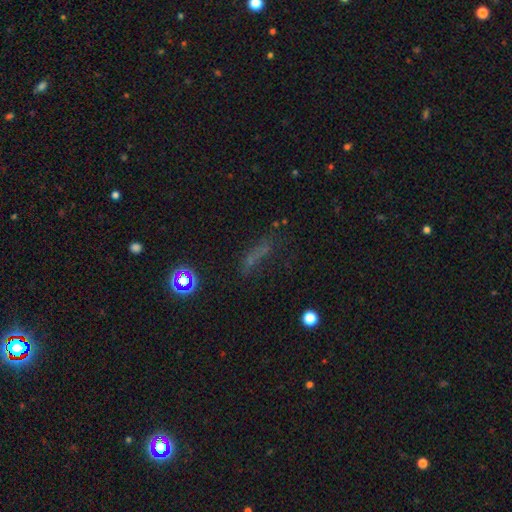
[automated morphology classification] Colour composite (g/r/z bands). It shows a smooth galaxy with no disk features (44%). Merging: none (53%).